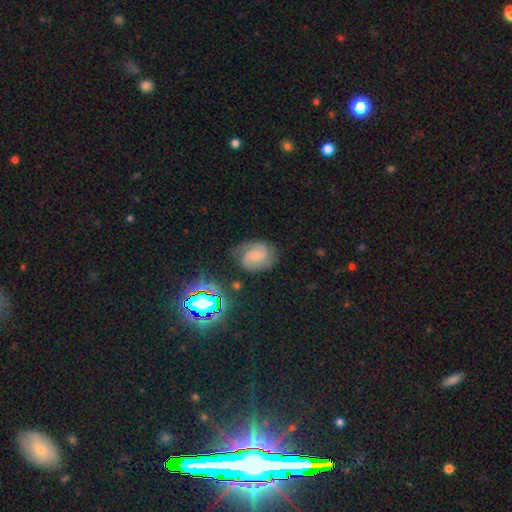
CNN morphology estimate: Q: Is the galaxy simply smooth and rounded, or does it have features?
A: featured or disk — 70%.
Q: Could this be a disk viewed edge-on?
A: no — 97%.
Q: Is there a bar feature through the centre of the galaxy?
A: no — 49%.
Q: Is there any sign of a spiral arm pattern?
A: yes — 95%.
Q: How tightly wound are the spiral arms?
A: medium — 49%.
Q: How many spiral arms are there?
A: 2 — 78%.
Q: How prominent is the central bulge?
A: small — 52%.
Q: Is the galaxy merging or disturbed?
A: none — 69%.